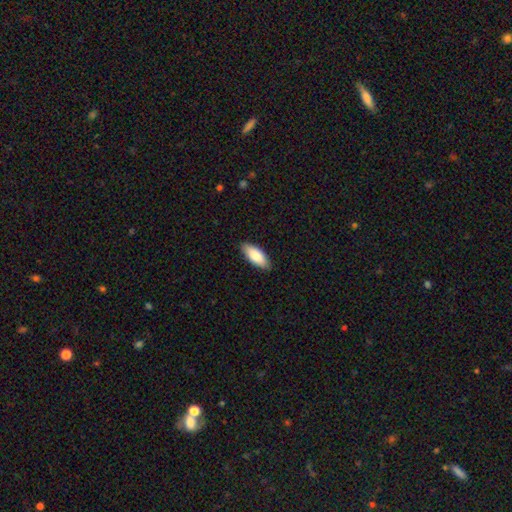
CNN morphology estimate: A smooth galaxy with no disk features (85%) that is in between round and cigar-shaped (83%).

Vote fractions:
- Smooth or featured? smooth: 85% / featured or disk: 10% / star or artifact: 5%
- How rounded? in between: 83% / cigar-shaped: 15% / round: 2%
- Merging? none: 88% / minor disturbance: 9% / major disturbance: 2% / merger: 1%